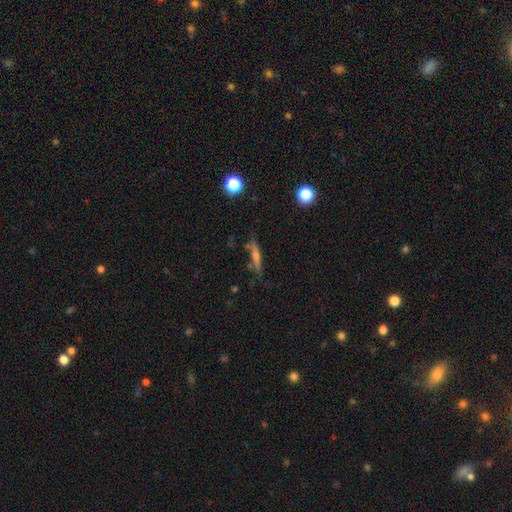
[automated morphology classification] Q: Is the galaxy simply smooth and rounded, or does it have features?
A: smooth — 48%.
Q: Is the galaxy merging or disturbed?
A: none — 76%.